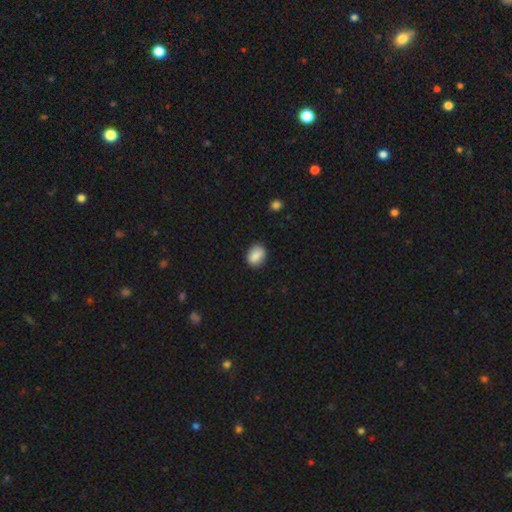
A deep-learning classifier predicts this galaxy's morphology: smooth 87%, star or artifact 8%, featured or disk 5%. Down the decision tree: how rounded — in between (68%); merging — none (83%).